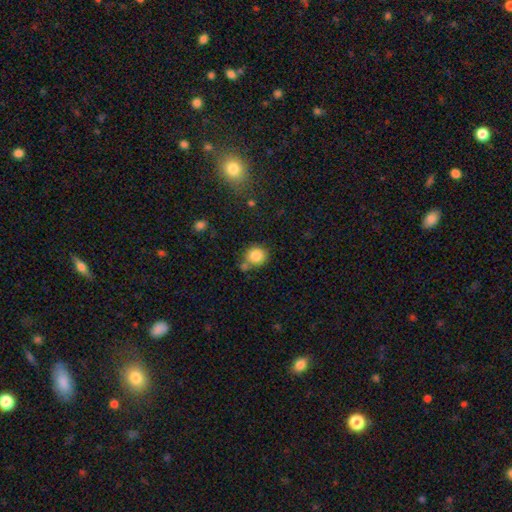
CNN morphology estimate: The model was most divided on "merging": none: 64%, merger: 17%, minor disturbance: 14%, major disturbance: 5%. More confident: how rounded — round (87%); smooth or featured — smooth (85%).